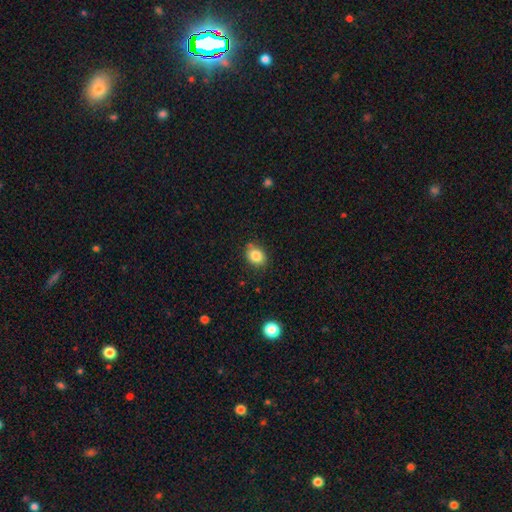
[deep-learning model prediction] Smooth or featured?
  - smooth: 84% *
  - star or artifact: 9%
  - featured or disk: 6%
How rounded?
  - in between: 52% *
  - round: 47%
  - cigar-shaped: 1%
Merging?
  - none: 79% *
  - minor disturbance: 16%
  - major disturbance: 3%
  - merger: 2%